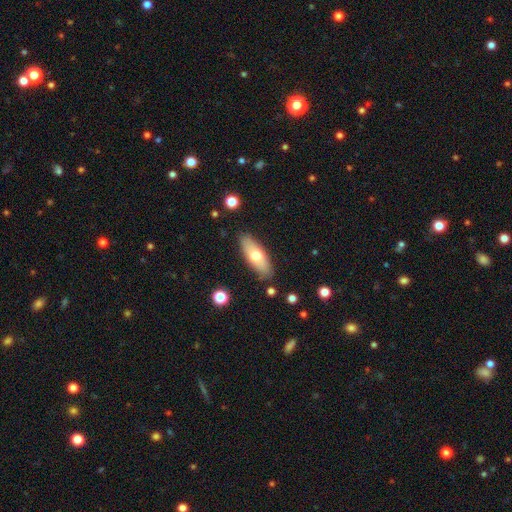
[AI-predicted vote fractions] Q: Smooth or featured?
A: smooth (65%); runner-up: featured or disk (29%)
Q: How rounded?
A: in between (71%); runner-up: cigar-shaped (27%)
Q: Merging?
A: none (85%); runner-up: minor disturbance (11%)